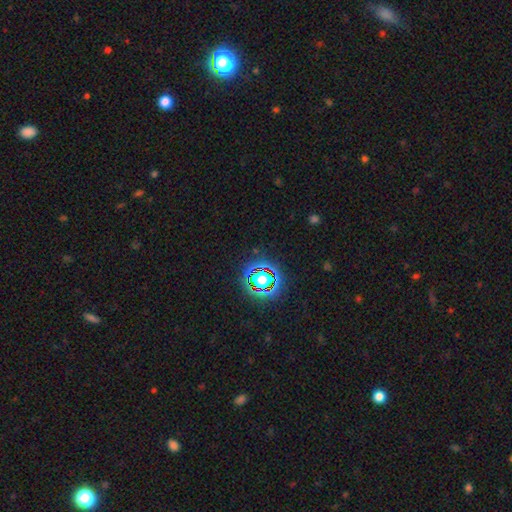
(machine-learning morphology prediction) Smooth or featured? Predicted: star or artifact (p=0.78).